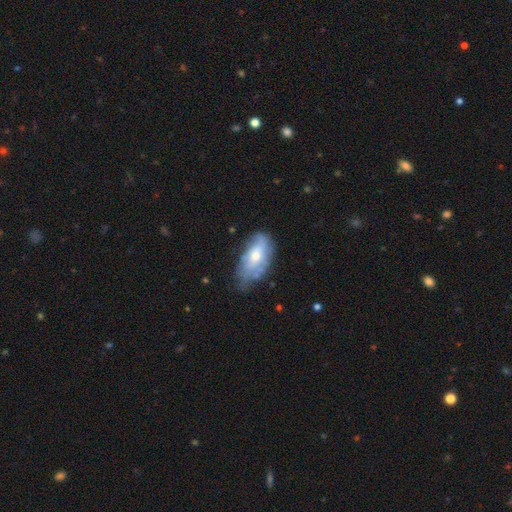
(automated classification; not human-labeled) Overall: smooth (48%; featured or disk 45%). Merging: none (46%; minor disturbance 36%).